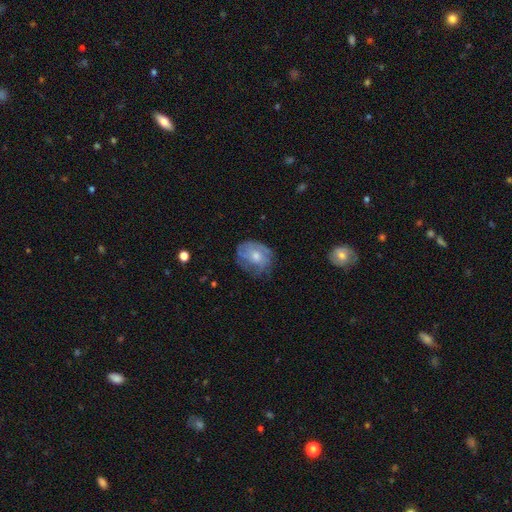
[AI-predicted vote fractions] Smooth or featured? smooth (47%)
Merging? none (57%)